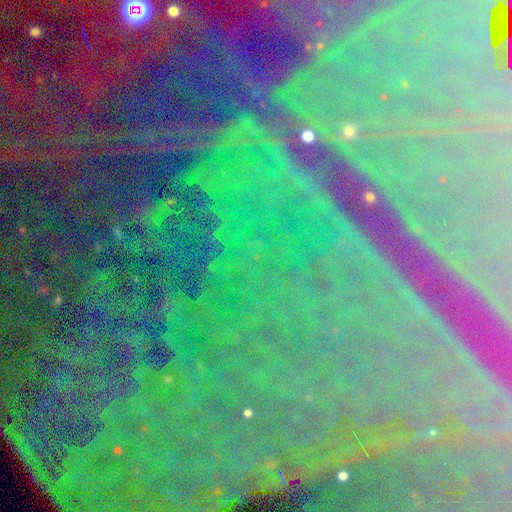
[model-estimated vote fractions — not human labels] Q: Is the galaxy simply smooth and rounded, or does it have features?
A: star or artifact — 87%.